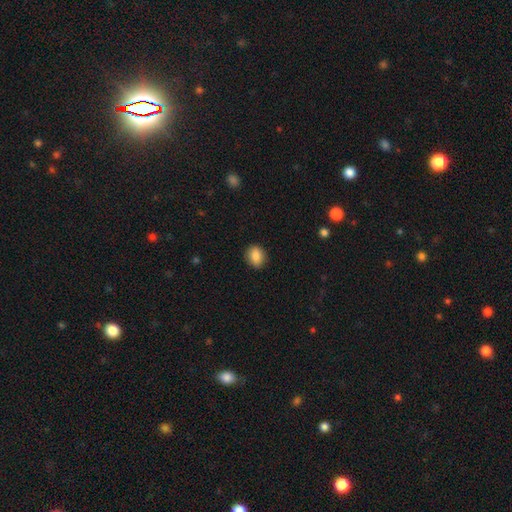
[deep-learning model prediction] smooth-or-featured: smooth: 85% | star or artifact: 8% | featured or disk: 7%
  how-rounded: round: 51% | in between: 48% | cigar-shaped: 1%
  merging: none: 88% | minor disturbance: 9% | major disturbance: 2% | merger: 1%